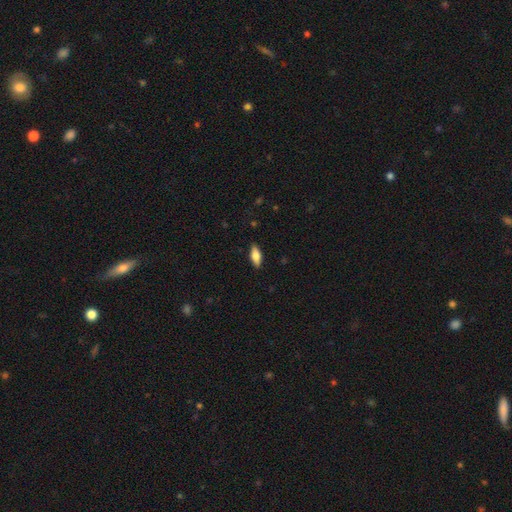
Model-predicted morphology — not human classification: A smooth galaxy with no disk features (74%) that is in between round and cigar-shaped (78%). Merging: none (88%).